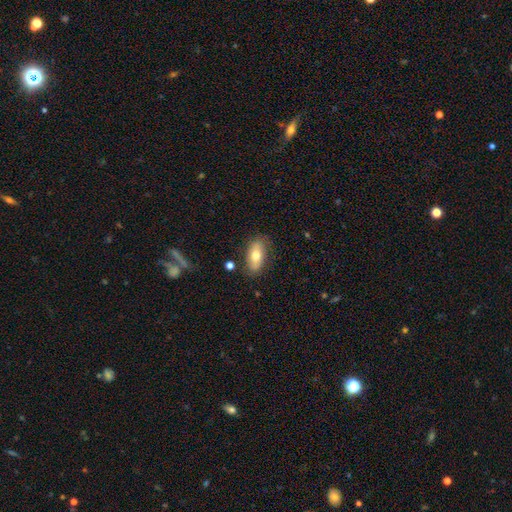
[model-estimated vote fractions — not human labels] Morphology: type=smooth (68%); roundness=in between (87%); merging=none (79%).